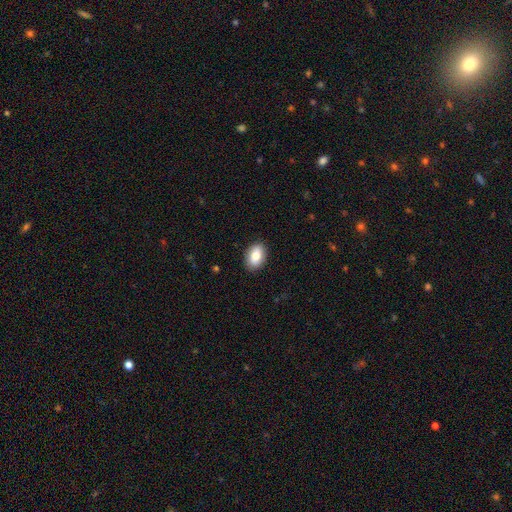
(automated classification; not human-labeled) smooth_or_featured: smooth (p=0.81) [alt: featured or disk p=0.12]
how_rounded: in between (p=0.87) [alt: round p=0.11]
merging: none (p=0.88) [alt: minor disturbance p=0.09]